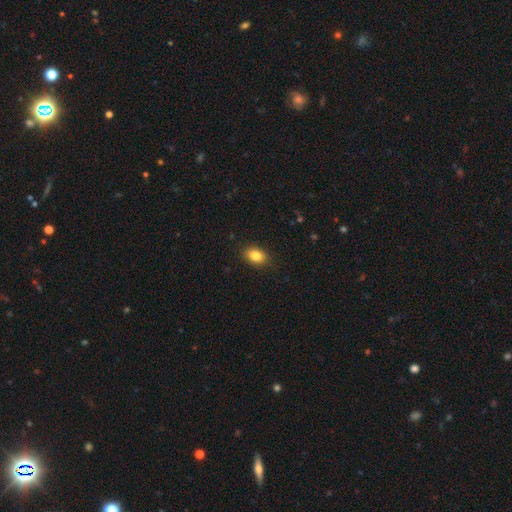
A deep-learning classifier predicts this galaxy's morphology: A smooth galaxy with no disk features (85%) that is in between round and cigar-shaped (81%).

Vote fractions:
- Smooth or featured? smooth: 85% / star or artifact: 9% / featured or disk: 6%
- How rounded? in between: 81% / round: 18% / cigar-shaped: 1%
- Merging? none: 89% / minor disturbance: 8% / major disturbance: 2% / merger: 1%